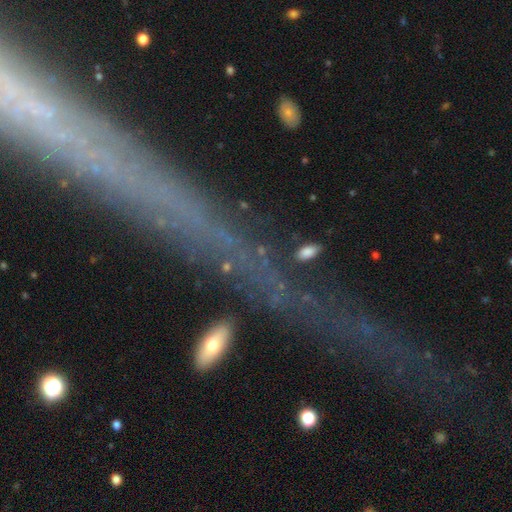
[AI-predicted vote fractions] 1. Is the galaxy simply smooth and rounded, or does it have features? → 38% featured or disk, 35% star or artifact, 27% smooth.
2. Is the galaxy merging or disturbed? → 70% none, 13% minor disturbance, 10% major disturbance, 7% merger.